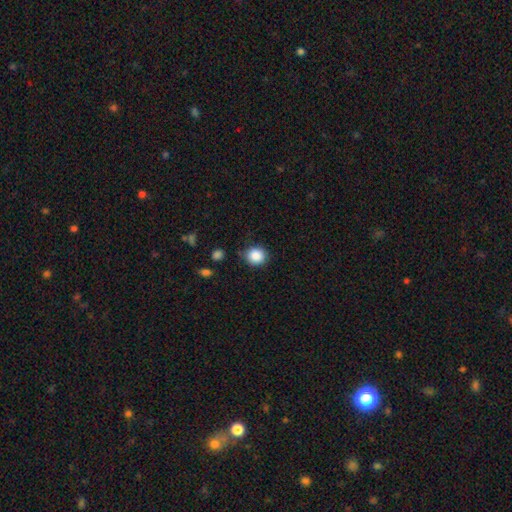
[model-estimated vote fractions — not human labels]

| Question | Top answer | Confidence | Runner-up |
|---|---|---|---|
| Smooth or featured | smooth | 87% | star or artifact (9%) |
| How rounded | round | 87% | in between (12%) |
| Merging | none | 84% | minor disturbance (11%) |